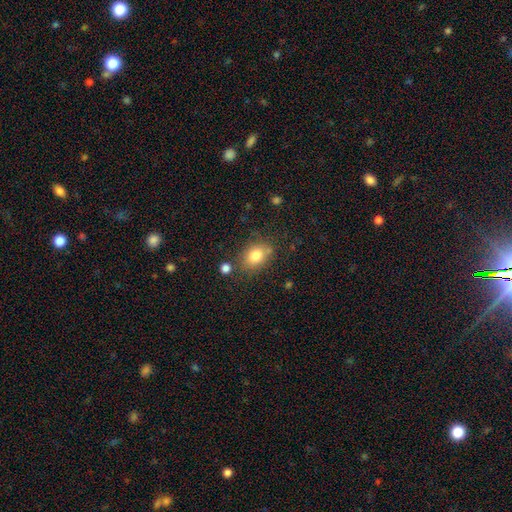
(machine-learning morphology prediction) Q: Smooth or featured?
A: smooth (80%); runner-up: featured or disk (10%)
Q: How rounded?
A: in between (66%); runner-up: round (33%)
Q: Merging?
A: none (72%); runner-up: minor disturbance (17%)